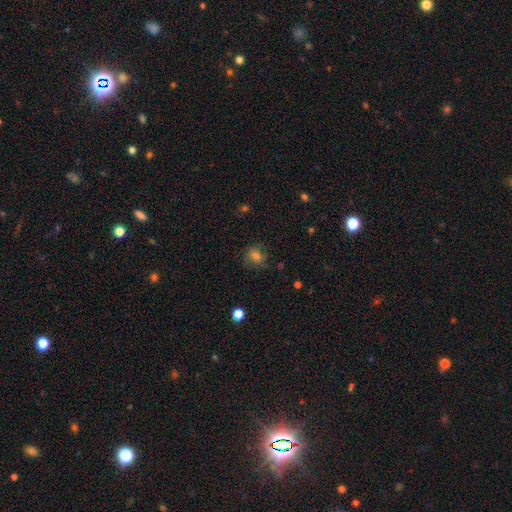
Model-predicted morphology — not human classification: A smooth galaxy with no disk features (65%) that is round (71%). Merging: none (75%).